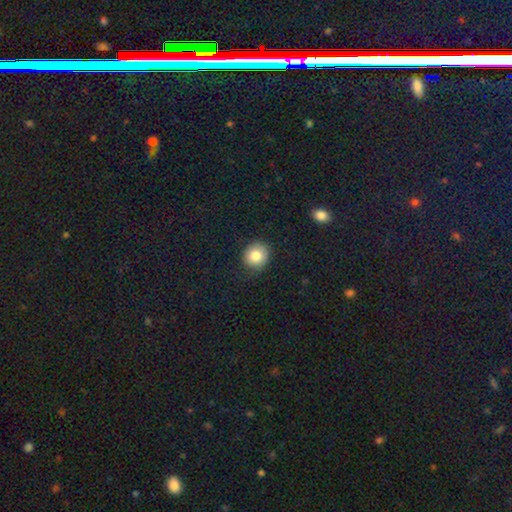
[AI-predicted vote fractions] Smooth or featured? smooth (82%)
How rounded? round (82%)
Merging? none (81%)